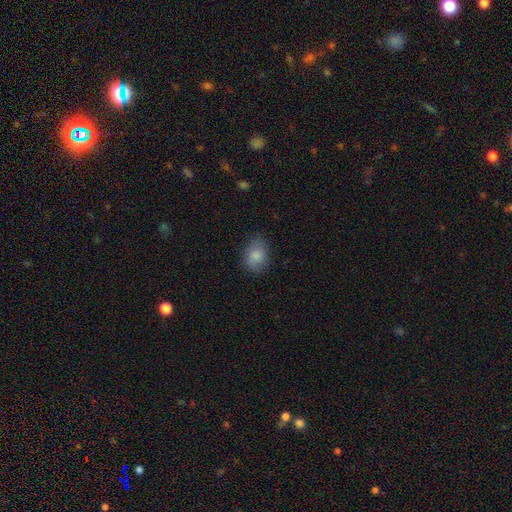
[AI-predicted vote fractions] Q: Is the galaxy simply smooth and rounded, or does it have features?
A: smooth — 85%.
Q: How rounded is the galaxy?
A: in between — 62%.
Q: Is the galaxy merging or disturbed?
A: none — 76%.